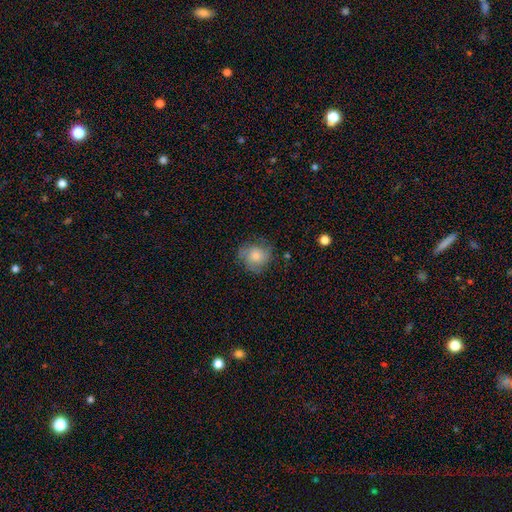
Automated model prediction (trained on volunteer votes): smooth_or_featured: smooth (p=0.60) [alt: featured or disk p=0.30]
how_rounded: round (p=0.81) [alt: in between p=0.18]
merging: none (p=0.69) [alt: minor disturbance p=0.22]